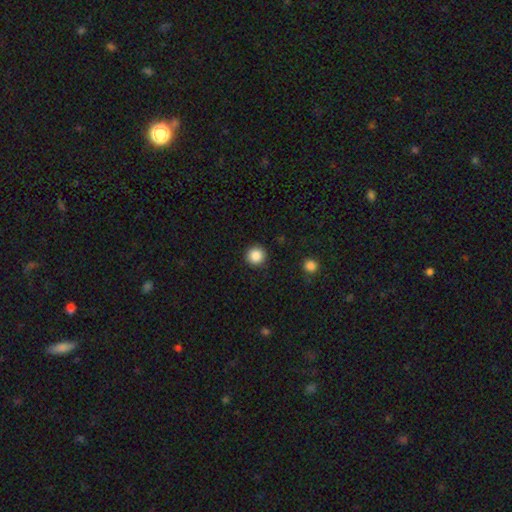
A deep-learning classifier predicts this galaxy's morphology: Q: Smooth or featured?
A: smooth (87%); runner-up: star or artifact (10%)
Q: How rounded?
A: round (96%); runner-up: in between (3%)
Q: Merging?
A: none (91%); runner-up: minor disturbance (5%)